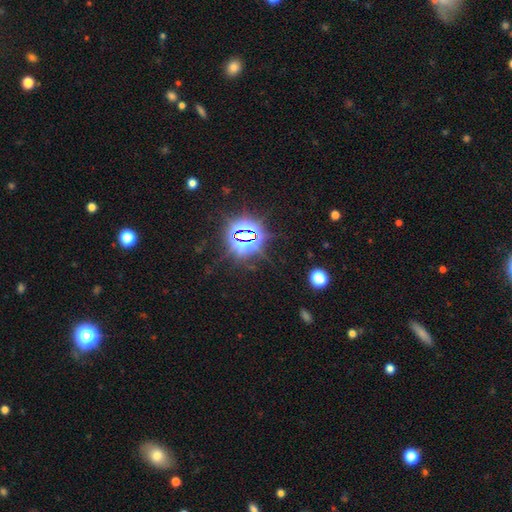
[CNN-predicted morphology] smooth_or_featured: star or artifact (p=0.79) [alt: smooth p=0.13]